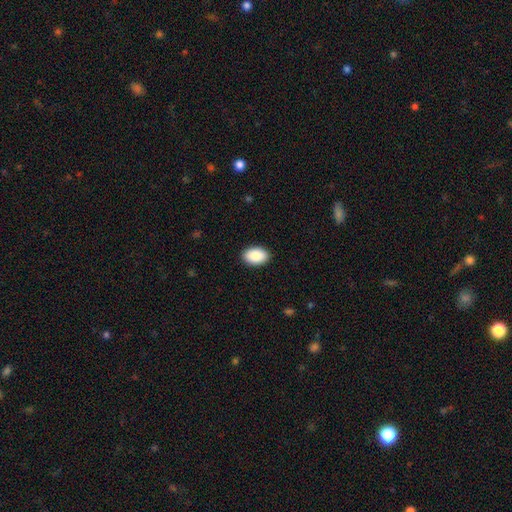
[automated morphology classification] Q: Smooth or featured?
A: smooth (89%); runner-up: star or artifact (6%)
Q: How rounded?
A: in between (90%); runner-up: round (9%)
Q: Merging?
A: none (91%); runner-up: minor disturbance (7%)